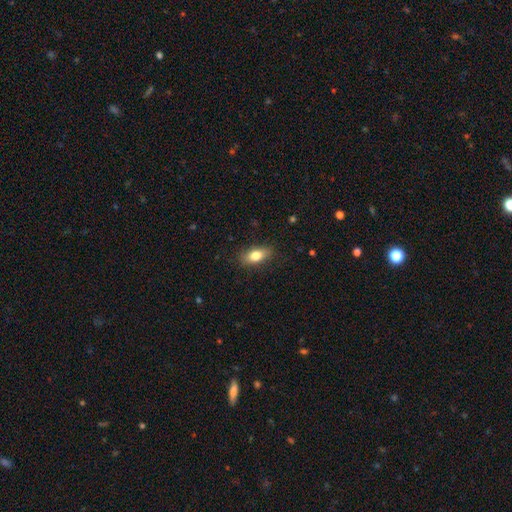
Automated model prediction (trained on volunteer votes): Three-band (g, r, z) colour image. It shows a smooth galaxy with no disk features (79%) that is in between round and cigar-shaped (82%). Merging: none (84%).